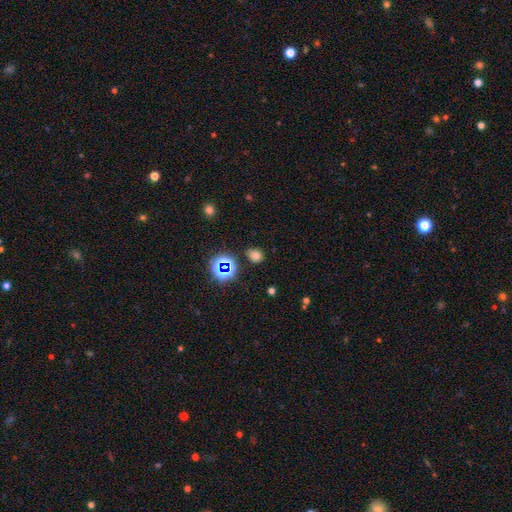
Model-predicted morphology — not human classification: A smooth galaxy with no disk features (67%) that is round (58%).

Vote fractions:
- Smooth or featured? smooth: 67% / star or artifact: 25% / featured or disk: 7%
- How rounded? round: 58% / in between: 40% / cigar-shaped: 1%
- Merging? none: 82% / minor disturbance: 12% / major disturbance: 3% / merger: 3%